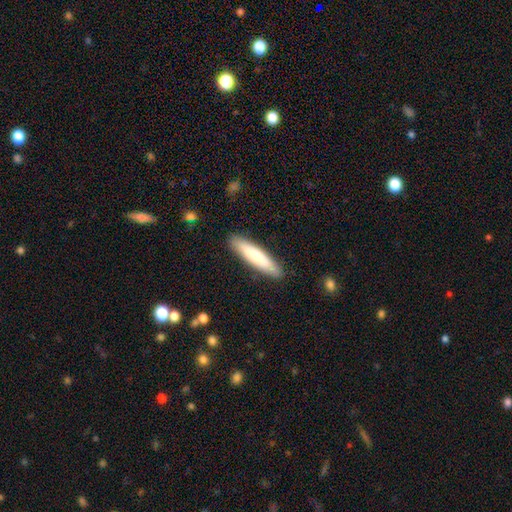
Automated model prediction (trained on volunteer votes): A smooth galaxy with no disk features (74%) that is cigar-shaped (85%).

Vote fractions:
- Smooth or featured? smooth: 74% / featured or disk: 21% / star or artifact: 5%
- How rounded? cigar-shaped: 85% / in between: 14% / round: 1%
- Merging? none: 90% / minor disturbance: 8% / major disturbance: 2% / merger: 1%